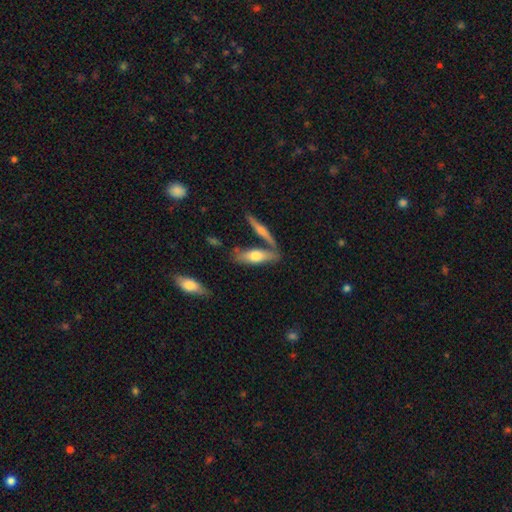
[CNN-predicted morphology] smooth-or-featured: smooth: 60% | featured or disk: 34% | star or artifact: 6%
  how-rounded: in between: 53% | cigar-shaped: 44% | round: 3%
  merging: none: 58% | merger: 24% | minor disturbance: 13% | major disturbance: 4%